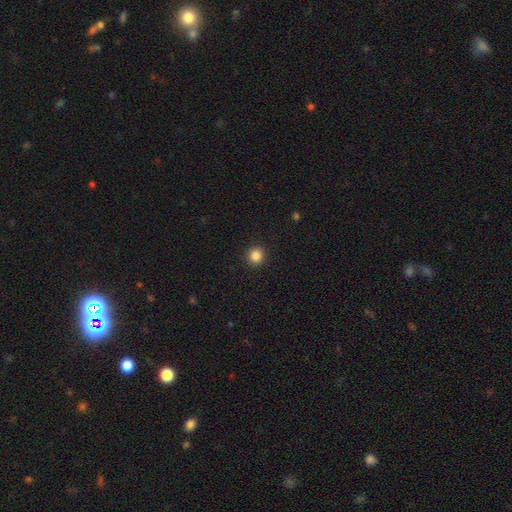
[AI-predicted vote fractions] The model was most divided on "smooth or featured": smooth: 86%, star or artifact: 11%, featured or disk: 4%. More confident: merging — none (92%); how rounded — round (91%).